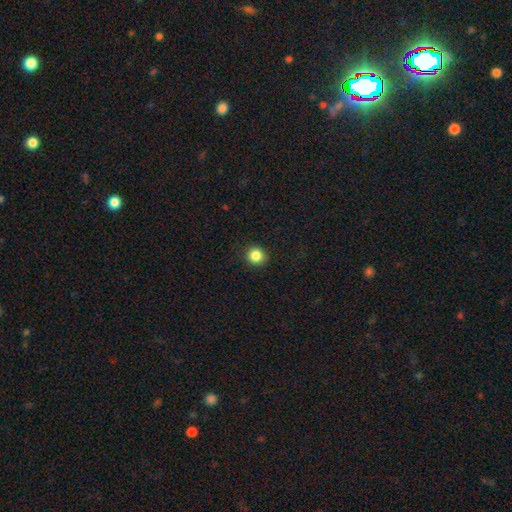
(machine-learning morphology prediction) Smooth or featured: smooth — 85% (star or artifact — 11%)
How rounded: round — 93% (in between — 6%)
Merging: none — 91% (minor disturbance — 6%)